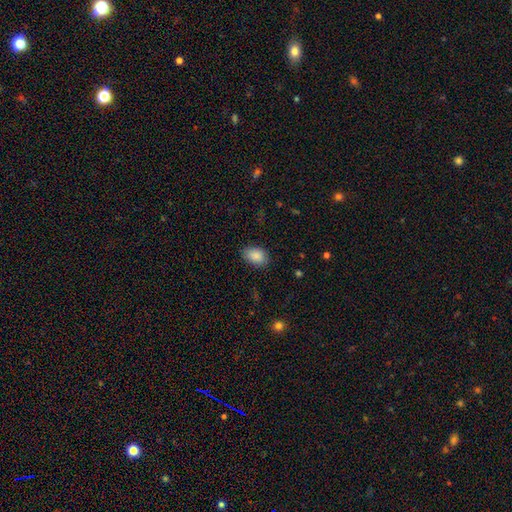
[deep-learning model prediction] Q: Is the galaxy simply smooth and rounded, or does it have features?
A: smooth — 89%.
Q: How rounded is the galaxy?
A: in between — 85%.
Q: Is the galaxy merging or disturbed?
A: none — 80%.